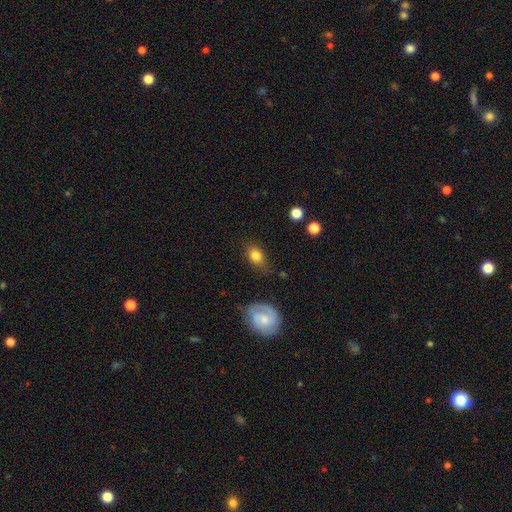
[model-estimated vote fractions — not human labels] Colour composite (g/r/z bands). It shows a smooth galaxy with no disk features (76%) that is in between round and cigar-shaped (72%). Merging: none (73%).